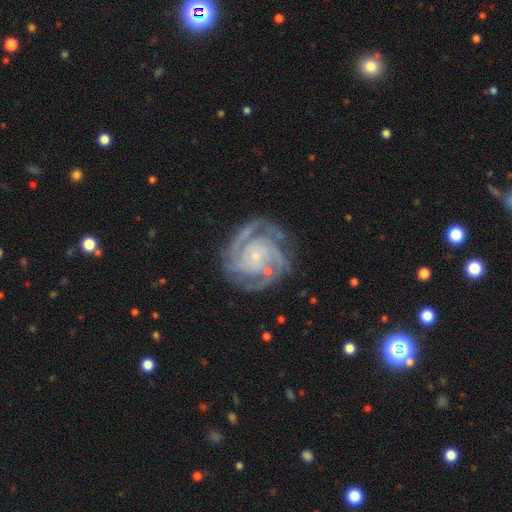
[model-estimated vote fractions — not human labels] This appears to be a featured or disk galaxy (91%) with no bar (69%), 3 (35%) tight (68%) spiral arms (98%) and a small central bulge (78%). Merging: none (75%).